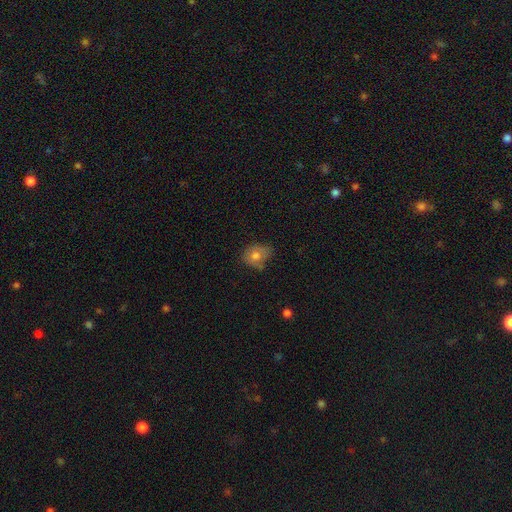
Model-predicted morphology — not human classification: Q: Smooth or featured?
A: smooth (74%); runner-up: featured or disk (17%)
Q: How rounded?
A: in between (53%); runner-up: round (46%)
Q: Merging?
A: none (54%); runner-up: minor disturbance (32%)